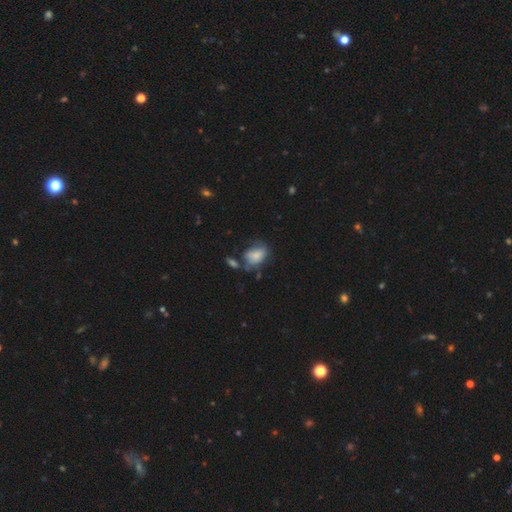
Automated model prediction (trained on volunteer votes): Smooth or featured: smooth — 71% (featured or disk — 20%)
How rounded: in between — 76% (round — 23%)
Merging: none — 39% (minor disturbance — 28%)